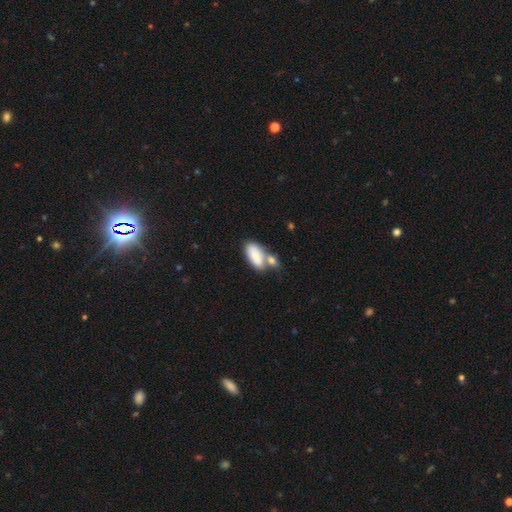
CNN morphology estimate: The model was most divided on "merging": merger: 47%, none: 33%, minor disturbance: 14%, major disturbance: 6%. More confident: how rounded — in between (91%); smooth or featured — smooth (79%).